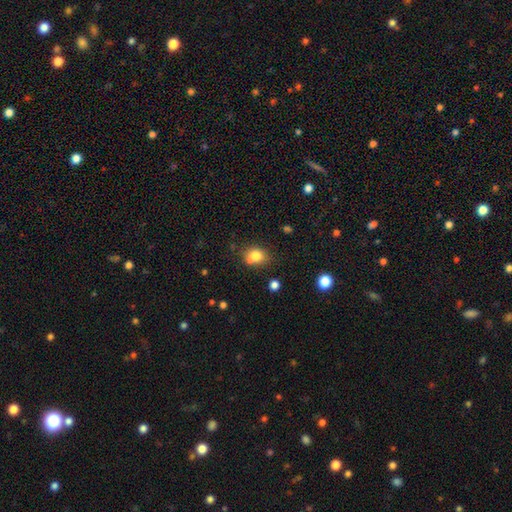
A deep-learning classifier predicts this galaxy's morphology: Smooth or featured?
  - smooth: 77% *
  - star or artifact: 12%
  - featured or disk: 11%
How rounded?
  - round: 59% *
  - in between: 40%
  - cigar-shaped: 1%
Merging?
  - none: 56% *
  - merger: 26%
  - minor disturbance: 14%
  - major disturbance: 4%